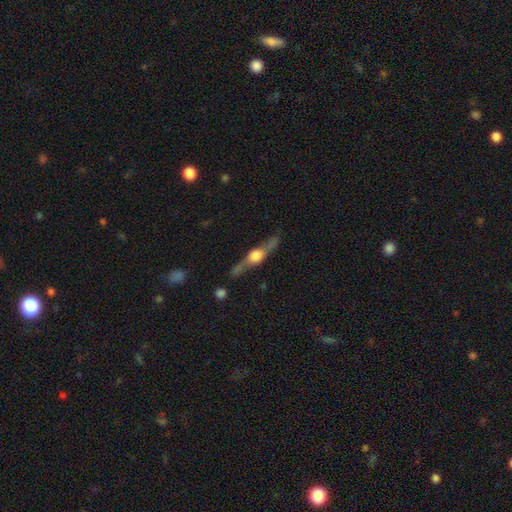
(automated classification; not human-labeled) The model was most divided on "smooth or featured": featured or disk: 75%, smooth: 19%, star or artifact: 6%. More confident: edge-on disk — yes (93%); edge-on bulge — rounded (91%); merging — none (75%).